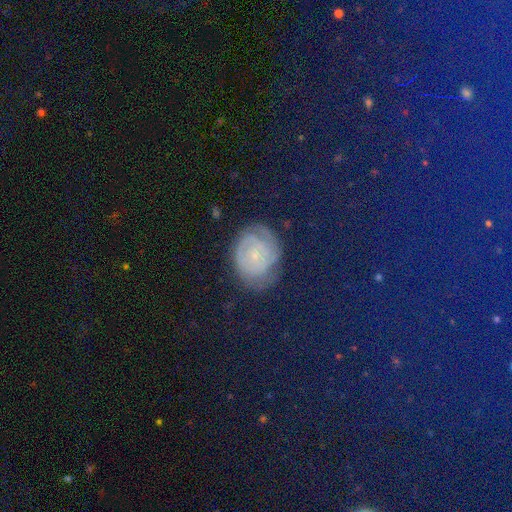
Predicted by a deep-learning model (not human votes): A featured or disk galaxy (40%).

Vote fractions:
- Smooth or featured? featured or disk: 40% / star or artifact: 35% / smooth: 25%
- Merging? none: 73% / minor disturbance: 18% / major disturbance: 6% / merger: 2%